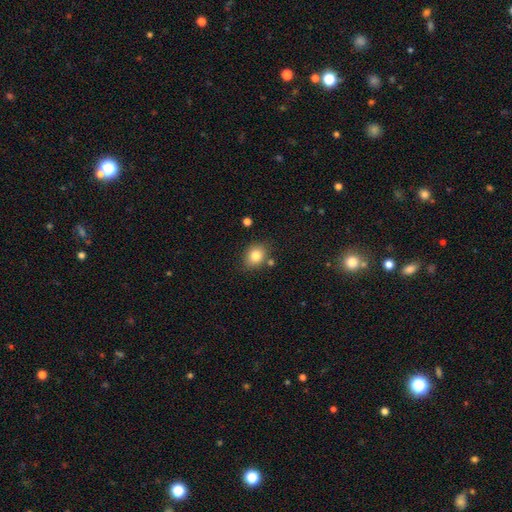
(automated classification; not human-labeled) smooth-or-featured: smooth: 82% | star or artifact: 10% | featured or disk: 8%
  how-rounded: round: 51% | in between: 48% | cigar-shaped: 1%
  merging: none: 78% | minor disturbance: 13% | merger: 6% | major disturbance: 3%